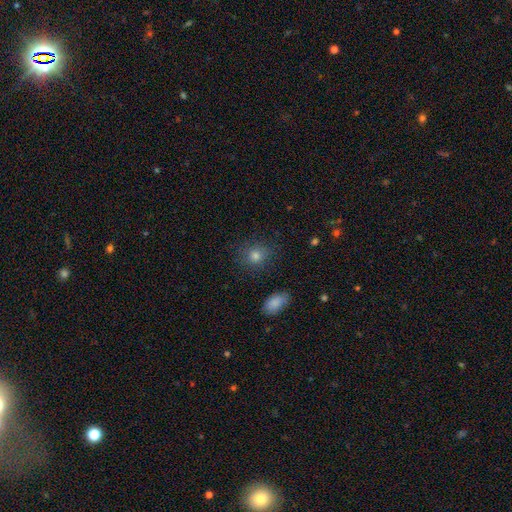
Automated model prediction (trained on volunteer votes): This is likely a smooth galaxy (78%). How rounded: likely round (73%). Merging: clearly none (84%).